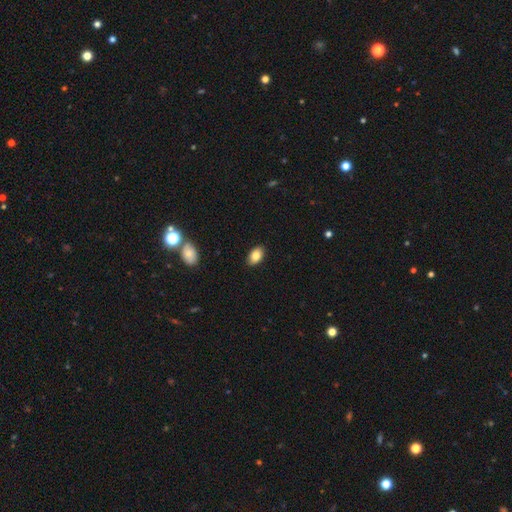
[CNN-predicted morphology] Smooth or featured? Predicted: smooth (p=0.84). How rounded? Predicted: in between (p=0.91). Merging? Predicted: none (p=0.88).